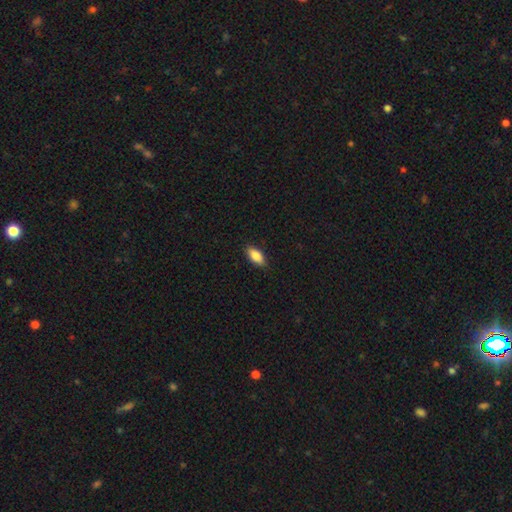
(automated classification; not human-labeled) Smooth or featured? Predicted: smooth (p=0.85). How rounded? Predicted: in between (p=0.87). Merging? Predicted: none (p=0.87).